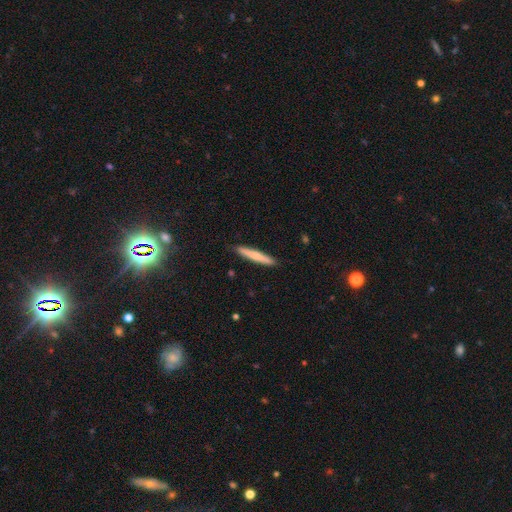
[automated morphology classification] The model was most divided on "smooth or featured": smooth: 66%, featured or disk: 29%, star or artifact: 5%. More confident: how rounded — cigar-shaped (95%); merging — none (90%).